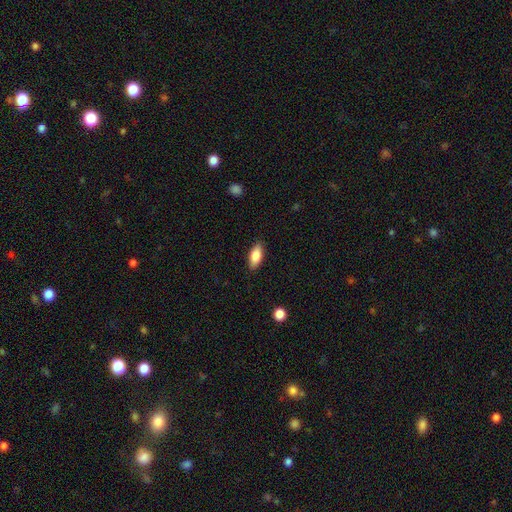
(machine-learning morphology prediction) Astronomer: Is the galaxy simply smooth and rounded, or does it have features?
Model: smooth — 83%.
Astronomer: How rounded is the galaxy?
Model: in between — 85%.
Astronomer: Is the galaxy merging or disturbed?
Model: none — 87%.